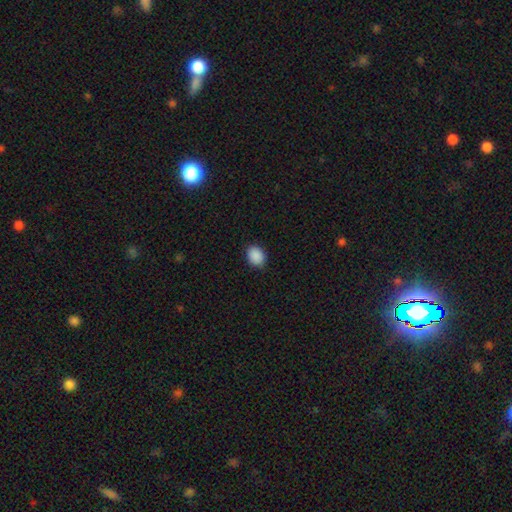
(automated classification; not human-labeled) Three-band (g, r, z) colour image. It shows a smooth galaxy with no disk features (90%) that is in between round and cigar-shaped (61%). Merging: none (89%).